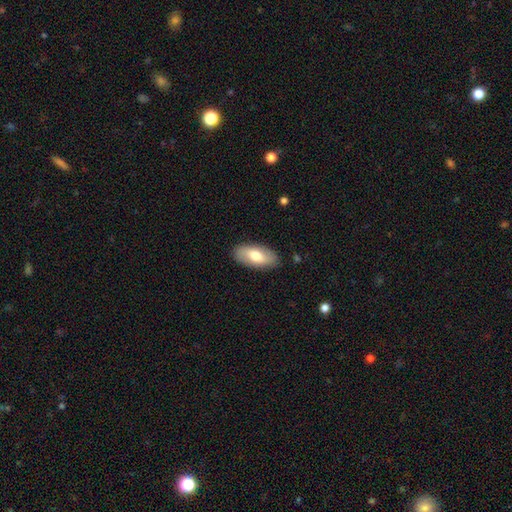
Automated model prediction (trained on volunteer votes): This is likely a smooth galaxy (69%). How rounded: clearly in between (91%). Merging: clearly none (87%).